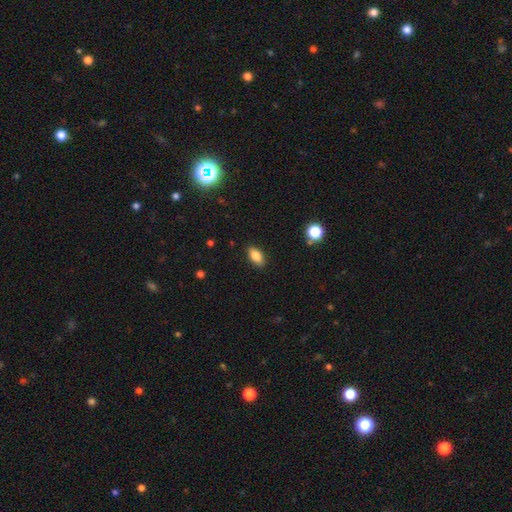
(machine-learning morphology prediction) A smooth galaxy with no disk features (81%) that is in between round and cigar-shaped (87%).

Vote fractions:
- Smooth or featured? smooth: 81% / featured or disk: 10% / star or artifact: 8%
- How rounded? in between: 87% / cigar-shaped: 9% / round: 4%
- Merging? none: 86% / minor disturbance: 10% / major disturbance: 2% / merger: 1%